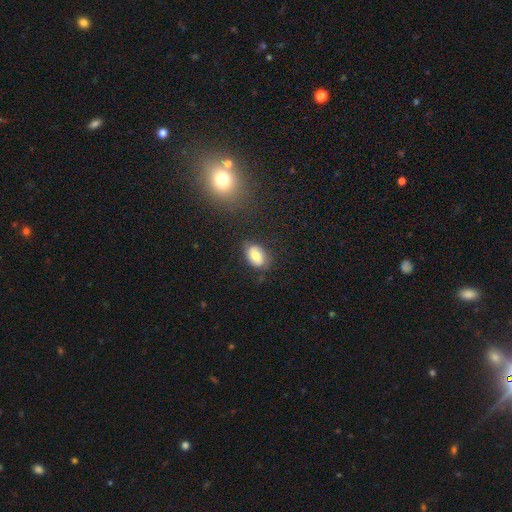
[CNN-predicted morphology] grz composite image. It shows a smooth galaxy with no disk features (72%) that is in between round and cigar-shaped (87%). Merging: none (72%).